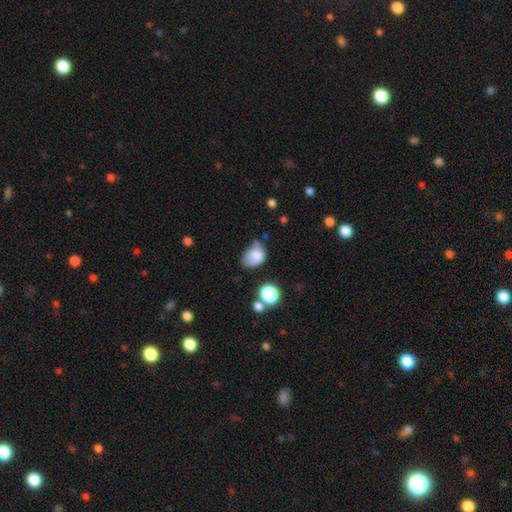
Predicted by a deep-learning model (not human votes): smooth 80%, star or artifact 11%, featured or disk 10%. Down the decision tree: how rounded — in between (69%); merging — none (38%).